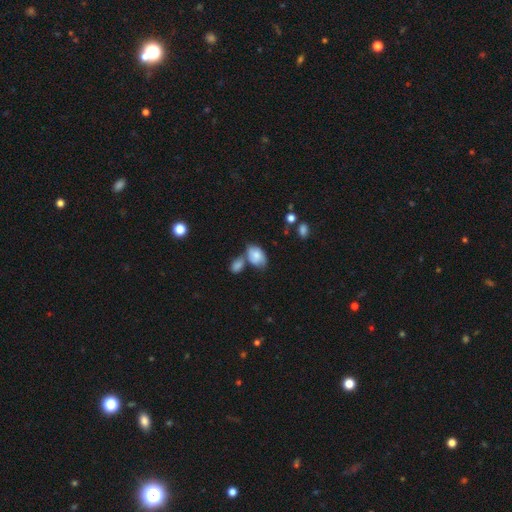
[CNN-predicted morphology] A smooth galaxy with no disk features (76%) that is in between round and cigar-shaped (87%).

Vote fractions:
- Smooth or featured? smooth: 76% / featured or disk: 16% / star or artifact: 7%
- How rounded? in between: 87% / round: 12% / cigar-shaped: 1%
- Merging? merger: 37% / none: 36% / minor disturbance: 20% / major disturbance: 7%